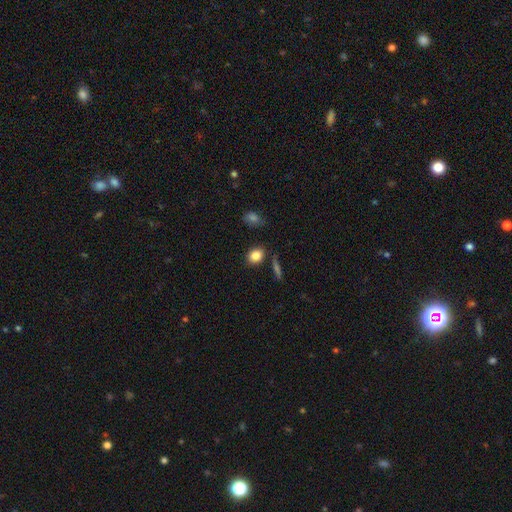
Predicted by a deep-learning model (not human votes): Smooth or featured: smooth — 85% (star or artifact — 9%)
How rounded: in between — 51% (round — 46%)
Merging: none — 81% (minor disturbance — 11%)